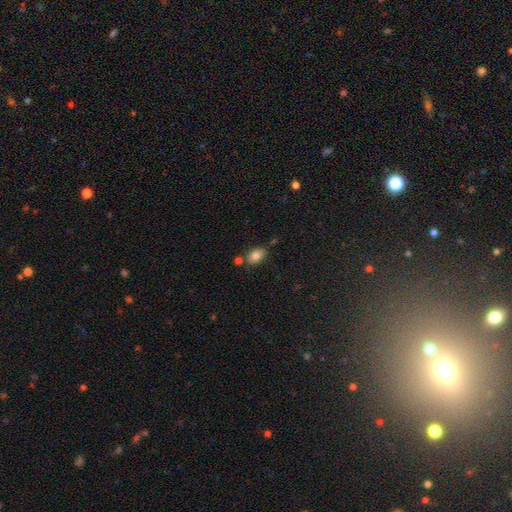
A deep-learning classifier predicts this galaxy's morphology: smooth 82%, featured or disk 9%, star or artifact 9%. Down the decision tree: how rounded — in between (84%); merging — none (73%).